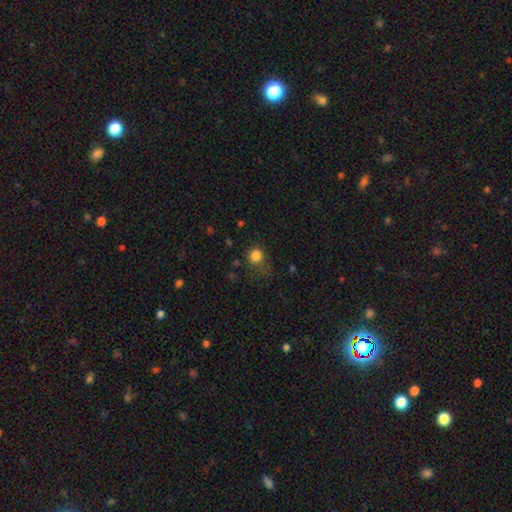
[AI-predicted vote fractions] Smooth or featured: smooth — 81% (star or artifact — 13%)
How rounded: round — 83% (in between — 16%)
Merging: none — 55% (minor disturbance — 24%)